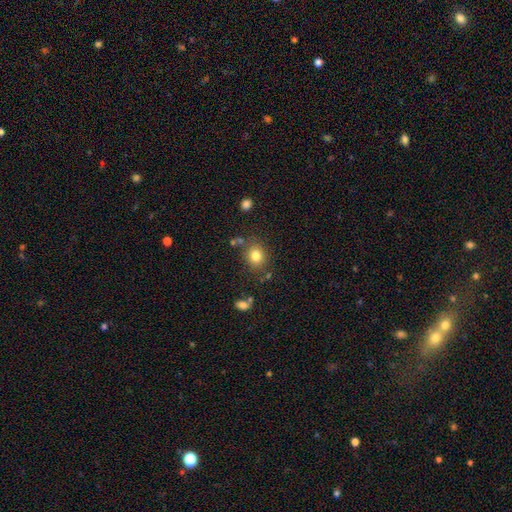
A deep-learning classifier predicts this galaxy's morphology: Q: Smooth or featured?
A: smooth (80%); runner-up: star or artifact (12%)
Q: How rounded?
A: round (62%); runner-up: in between (38%)
Q: Merging?
A: none (76%); runner-up: minor disturbance (13%)